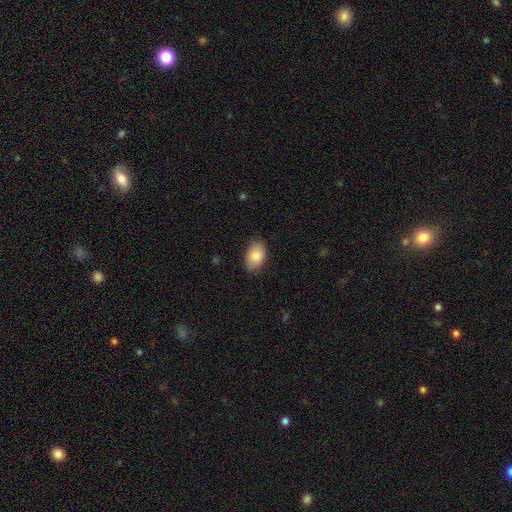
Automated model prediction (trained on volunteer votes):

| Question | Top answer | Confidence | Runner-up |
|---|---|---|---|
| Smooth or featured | smooth | 85% | featured or disk (8%) |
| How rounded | in between | 90% | round (9%) |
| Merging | none | 86% | minor disturbance (11%) |